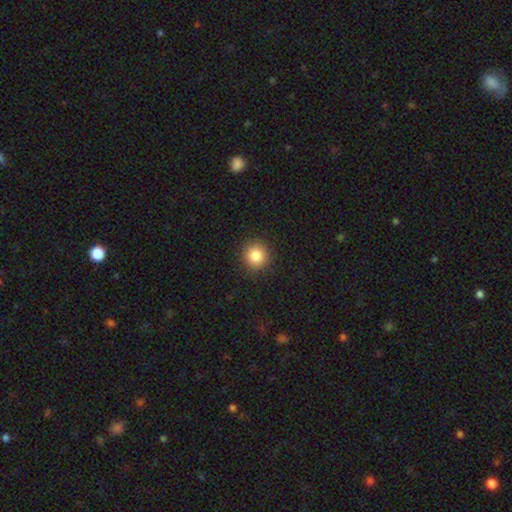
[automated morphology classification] Q: Smooth or featured?
A: smooth (85%); runner-up: star or artifact (10%)
Q: How rounded?
A: round (94%); runner-up: in between (5%)
Q: Merging?
A: none (91%); runner-up: minor disturbance (6%)